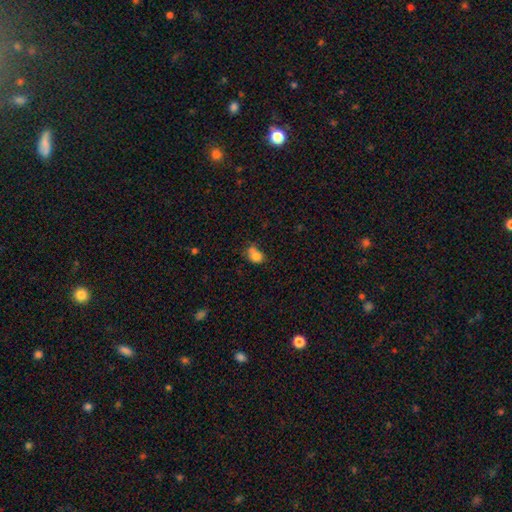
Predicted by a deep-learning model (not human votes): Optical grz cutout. It shows a smooth galaxy with no disk features (77%) that is in between round and cigar-shaped (62%). Merging: none (34%).